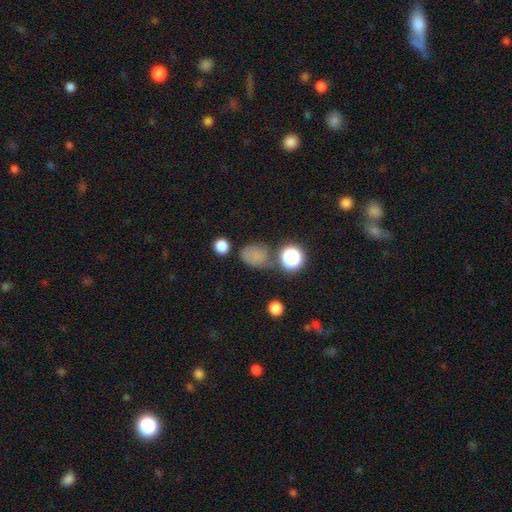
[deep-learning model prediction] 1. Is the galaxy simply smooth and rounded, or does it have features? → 64% smooth, 25% star or artifact, 10% featured or disk.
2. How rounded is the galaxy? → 59% in between, 39% round, 2% cigar-shaped.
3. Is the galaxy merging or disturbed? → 55% none, 23% minor disturbance, 11% merger, 11% major disturbance.